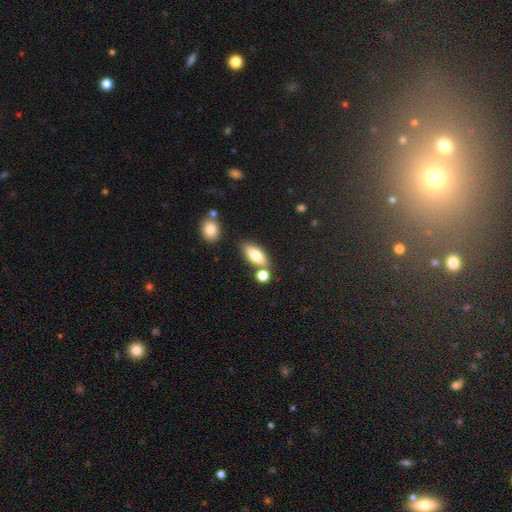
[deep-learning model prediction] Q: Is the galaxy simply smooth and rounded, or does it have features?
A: smooth — 73%.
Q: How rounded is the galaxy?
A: in between — 78%.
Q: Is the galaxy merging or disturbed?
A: none — 71%.